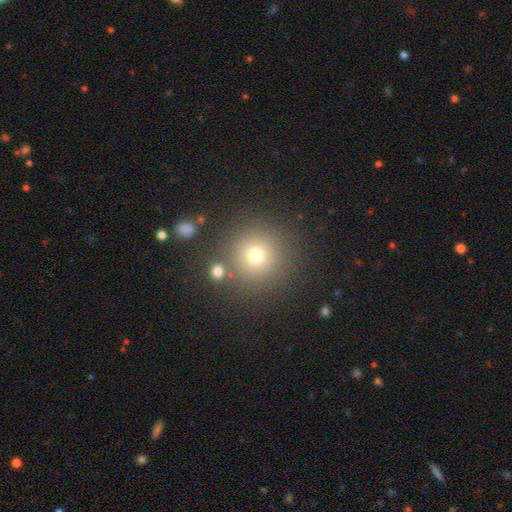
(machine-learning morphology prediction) type=smooth (71%); roundness=round (95%); merging=none (84%).